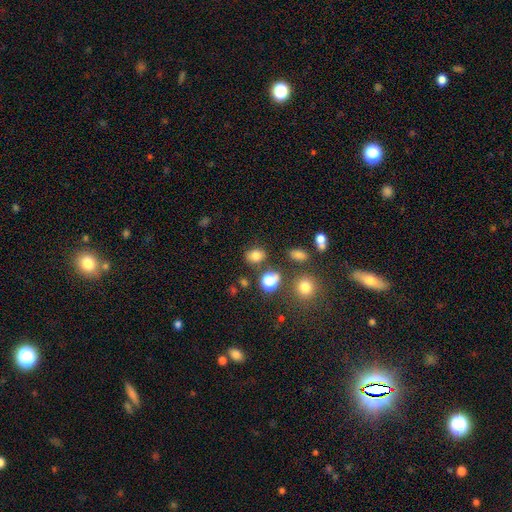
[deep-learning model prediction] This is likely a smooth galaxy (78%). How rounded: possibly in between (58%). Merging: likely none (77%).